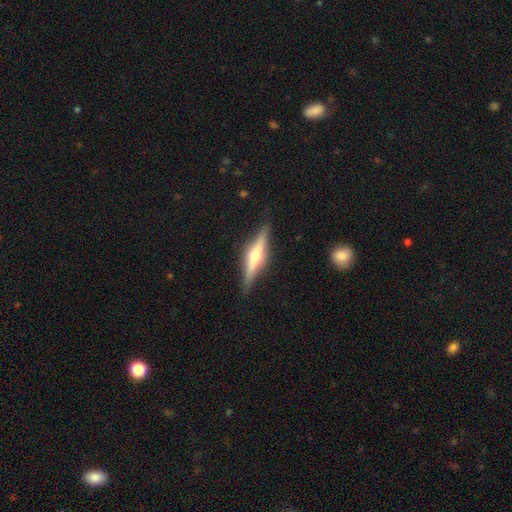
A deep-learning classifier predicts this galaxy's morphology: Smooth or featured: featured or disk — 73% (smooth — 21%)
Edge-on disk: yes — 97% (no — 3%)
Edge-on bulge: rounded — 92% (boxy — 5%)
Merging: none — 88% (minor disturbance — 9%)